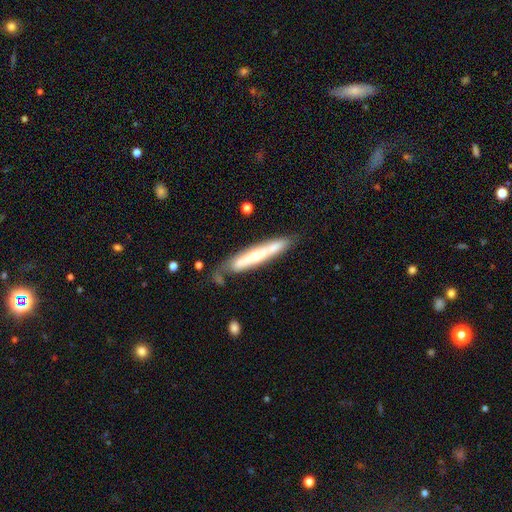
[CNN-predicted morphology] A featured or disk galaxy (57%) viewed edge-on (77%).

Vote fractions:
- Smooth or featured? featured or disk: 57% / smooth: 37% / star or artifact: 6%
- Edge-on disk? yes: 77% / no: 23%
- Merging? none: 66% / minor disturbance: 22% / major disturbance: 7% / merger: 5%